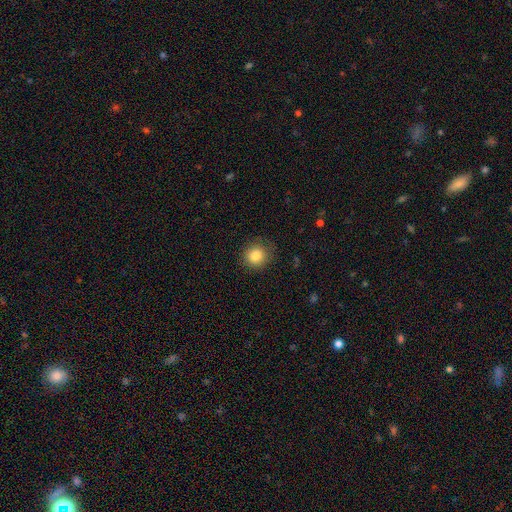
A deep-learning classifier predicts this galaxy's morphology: type=smooth (83%); roundness=round (89%); merging=none (85%).